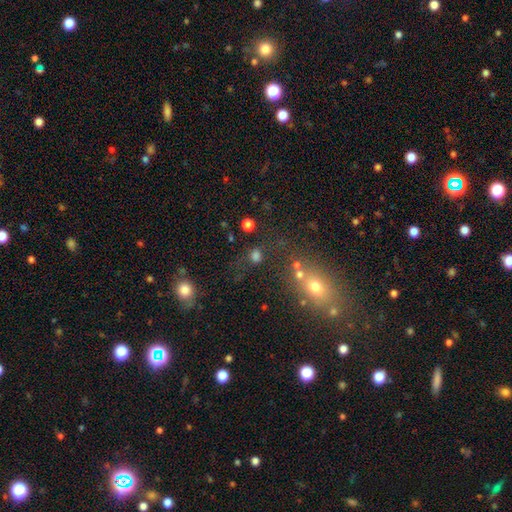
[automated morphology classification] A smooth galaxy with no disk features (73%) that is round (73%).

Vote fractions:
- Smooth or featured? smooth: 73% / star or artifact: 19% / featured or disk: 8%
- How rounded? round: 73% / in between: 26% / cigar-shaped: 2%
- Merging? none: 67% / minor disturbance: 13% / merger: 11% / major disturbance: 9%